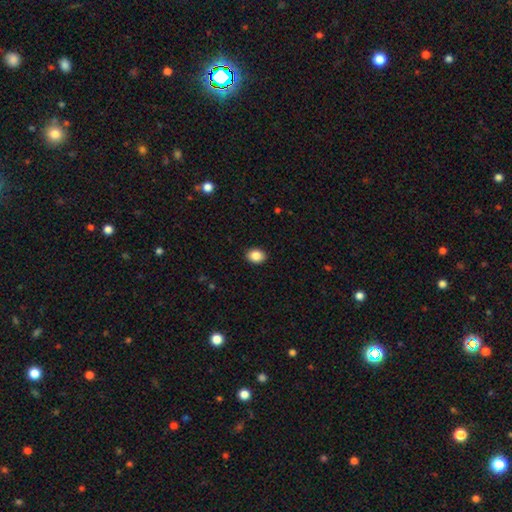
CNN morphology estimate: smooth_or_featured: smooth (p=0.87) [alt: star or artifact p=0.08]
how_rounded: in between (p=0.63) [alt: round p=0.36]
merging: none (p=0.90) [alt: minor disturbance p=0.07]